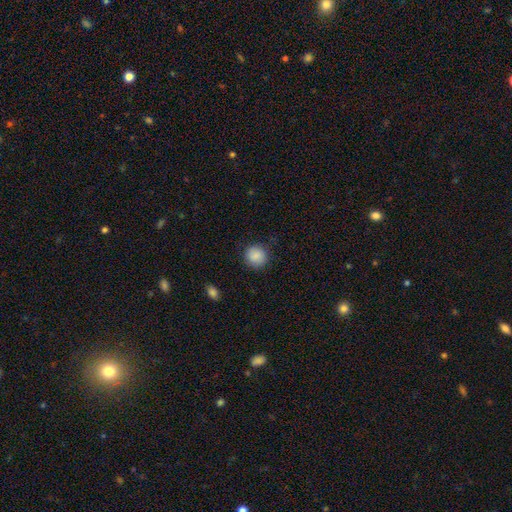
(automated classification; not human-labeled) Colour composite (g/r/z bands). It shows a smooth galaxy with no disk features (89%) that is round (92%). Merging: none (87%).